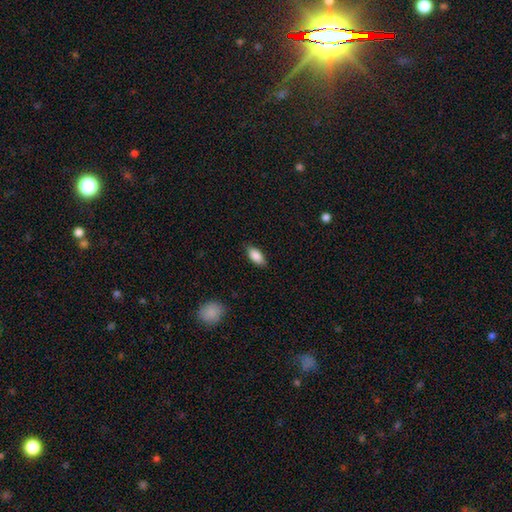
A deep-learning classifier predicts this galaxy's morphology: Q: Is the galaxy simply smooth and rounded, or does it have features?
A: smooth — 86%.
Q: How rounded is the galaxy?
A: in between — 87%.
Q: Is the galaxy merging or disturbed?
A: none — 85%.